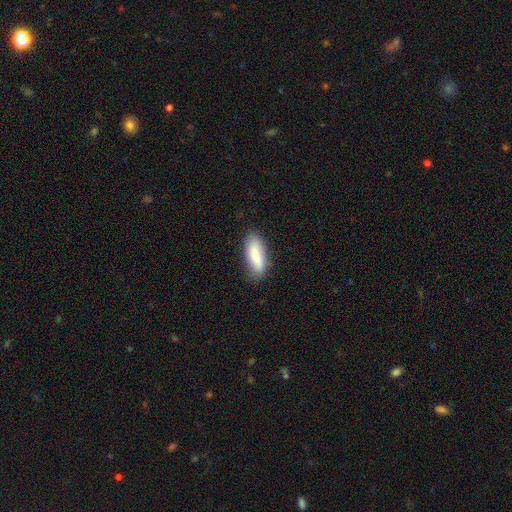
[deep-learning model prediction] The model was most divided on "how rounded": in between: 70%, cigar-shaped: 28%, round: 2%. More confident: smooth or featured — smooth (80%); merging — none (79%).